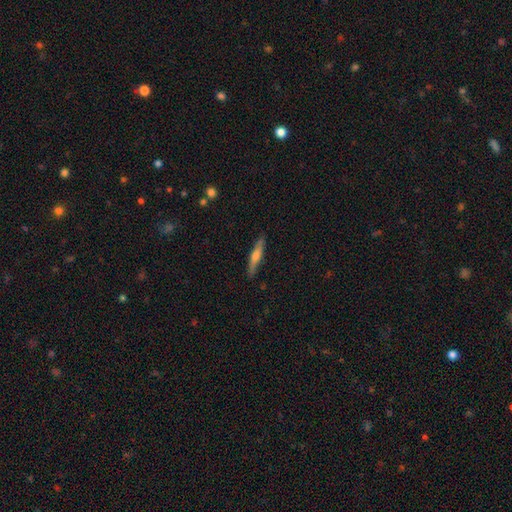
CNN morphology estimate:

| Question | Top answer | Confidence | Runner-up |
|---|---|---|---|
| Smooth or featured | smooth | 49% | featured or disk (45%) |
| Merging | none | 87% | minor disturbance (10%) |